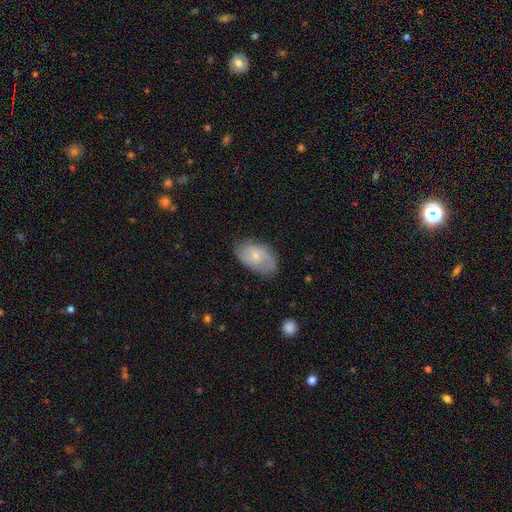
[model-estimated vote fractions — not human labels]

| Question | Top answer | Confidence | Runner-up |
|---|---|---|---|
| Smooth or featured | smooth | 47% | featured or disk (46%) |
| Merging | none | 70% | minor disturbance (23%) |